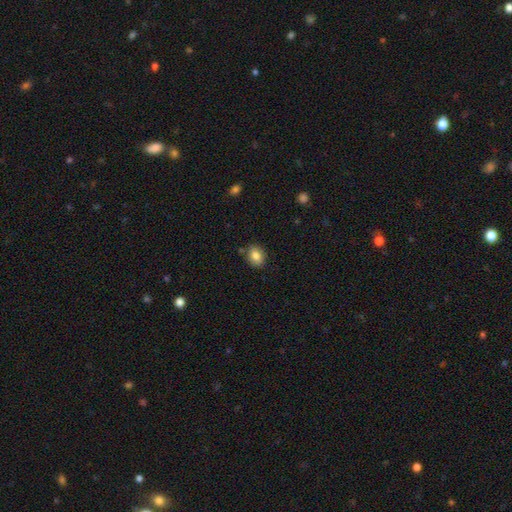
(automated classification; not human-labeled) This is clearly a smooth galaxy (83%). How rounded: possibly in between (54%). Merging: clearly none (83%).